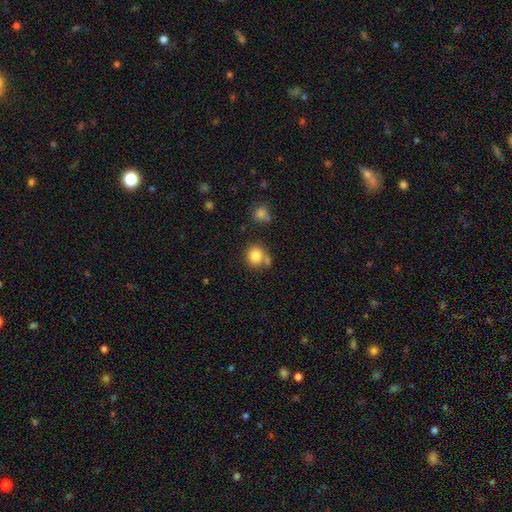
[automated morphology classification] Smooth or featured: smooth — 82% (star or artifact — 10%)
How rounded: round — 84% (in between — 15%)
Merging: none — 65% (merger — 17%)